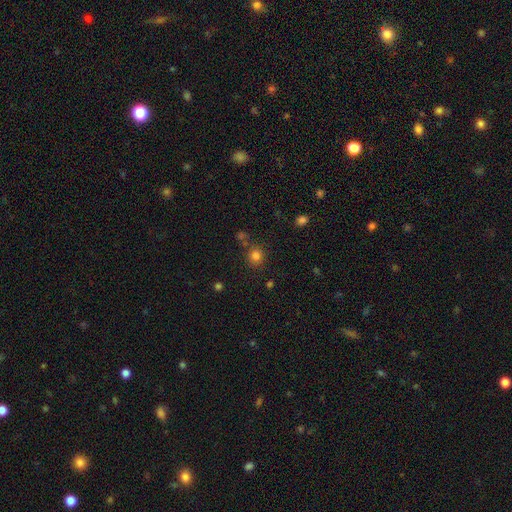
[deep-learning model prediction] This appears to be a smooth galaxy with no disk features (80%) that is round (90%). Merging: none (77%).